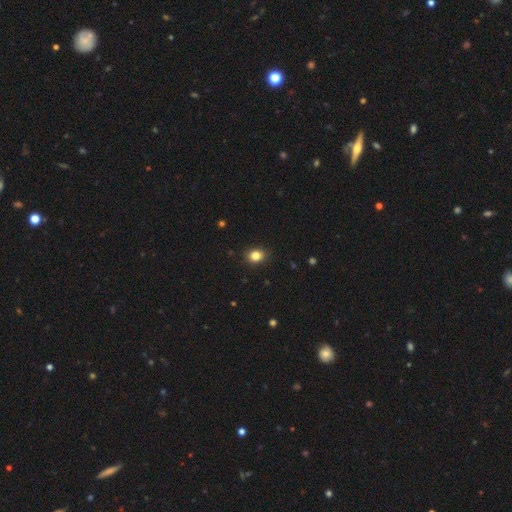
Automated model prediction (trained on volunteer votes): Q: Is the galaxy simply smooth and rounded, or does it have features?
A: smooth — 84%.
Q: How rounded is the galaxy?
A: round — 55%.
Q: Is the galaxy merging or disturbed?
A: none — 88%.